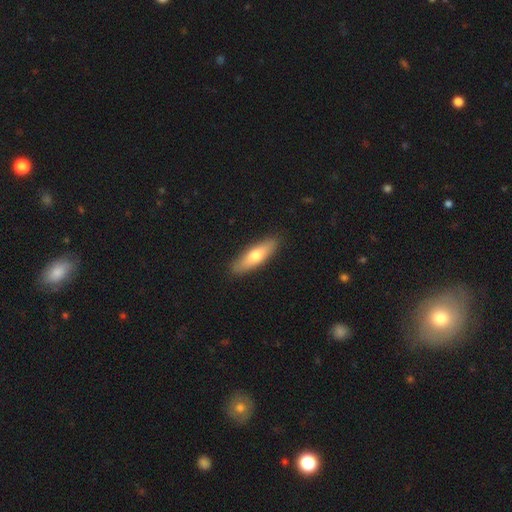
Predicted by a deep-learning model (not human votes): Smooth or featured?
  - smooth: 65% *
  - featured or disk: 30%
  - star or artifact: 5%
How rounded?
  - cigar-shaped: 57% *
  - in between: 41%
  - round: 2%
Merging?
  - none: 88% *
  - minor disturbance: 9%
  - major disturbance: 2%
  - merger: 1%